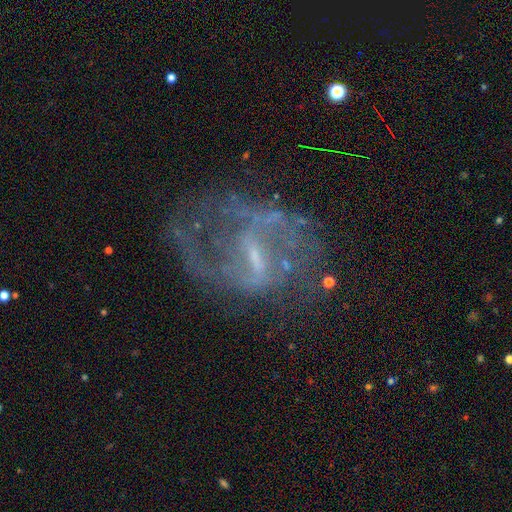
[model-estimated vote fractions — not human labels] Morphology: type=featured or disk (80%); edge-on=no (96%); bar=weak (49%); spiral arms=yes (79%); winding=loose (44%); arm count=2 (63%); bulge=small (58%); merging=none (52%).